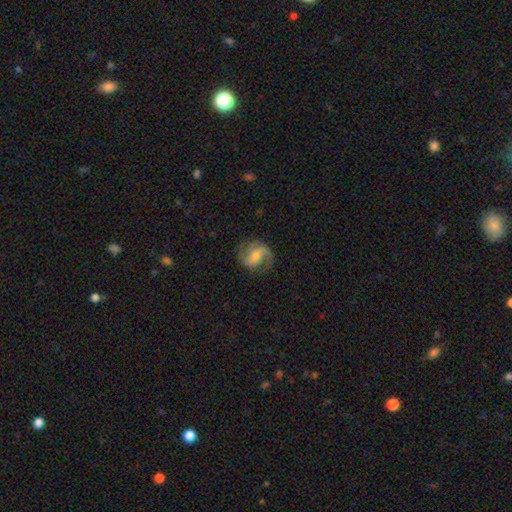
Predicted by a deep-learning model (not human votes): featured or disk 82%, smooth 12%, star or artifact 6%. Down the decision tree: edge-on disk — no (98%); bar — weak (47%); spiral arms — yes (96%); spiral arm count — 2 (86%); spiral winding — medium (52%); bulge size — moderate (50%); merging — none (78%).